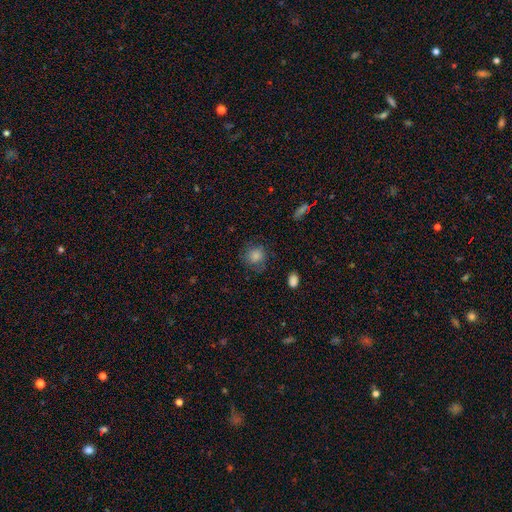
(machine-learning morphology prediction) This appears to be a smooth galaxy with no disk features (82%) that is round (85%). Merging: none (71%).